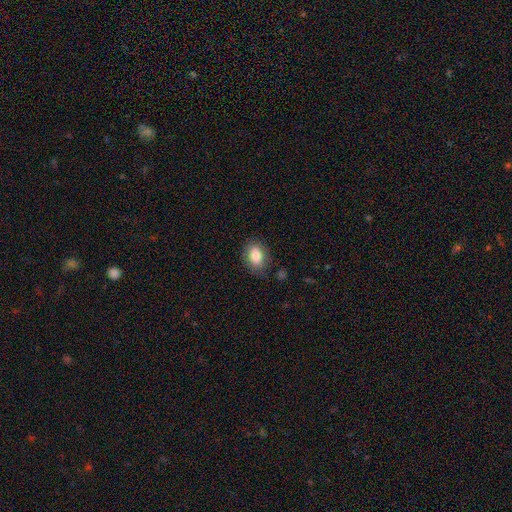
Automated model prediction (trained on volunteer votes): Q: Smooth or featured?
A: smooth (83%); runner-up: featured or disk (9%)
Q: How rounded?
A: in between (82%); runner-up: round (16%)
Q: Merging?
A: none (78%); runner-up: minor disturbance (16%)